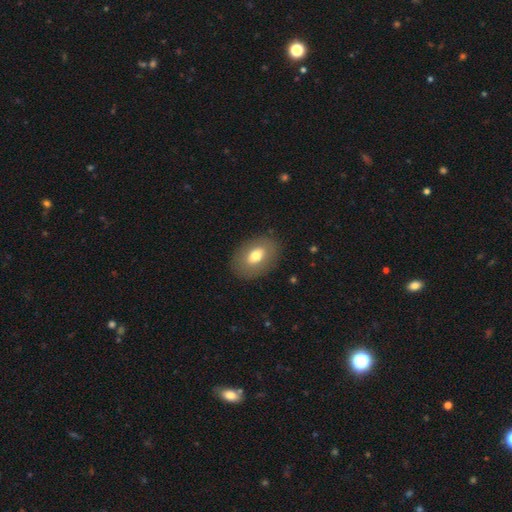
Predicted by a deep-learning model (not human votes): Overall: smooth (70%). How rounded: in between (83%). Merging: none (86%).